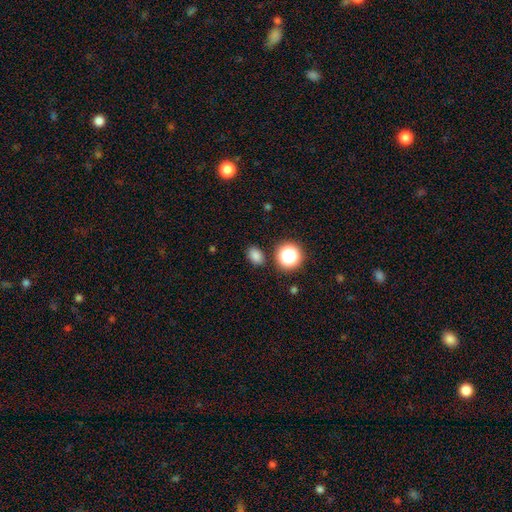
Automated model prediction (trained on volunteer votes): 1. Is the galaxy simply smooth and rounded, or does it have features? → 80% smooth, 16% star or artifact, 5% featured or disk.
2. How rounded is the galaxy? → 63% in between, 36% round, 1% cigar-shaped.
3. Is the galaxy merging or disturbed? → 84% none, 9% minor disturbance, 4% merger, 3% major disturbance.